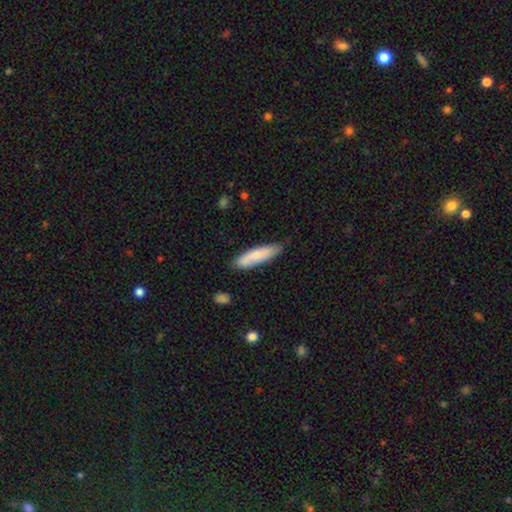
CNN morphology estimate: Smooth or featured? smooth (76%)
How rounded? cigar-shaped (70%)
Merging? none (77%)